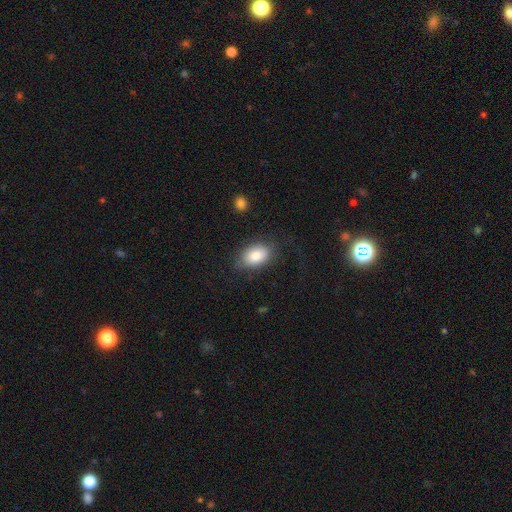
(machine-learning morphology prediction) A smooth galaxy with no disk features (82%) that is in between round and cigar-shaped (87%). Merging: none (76%).